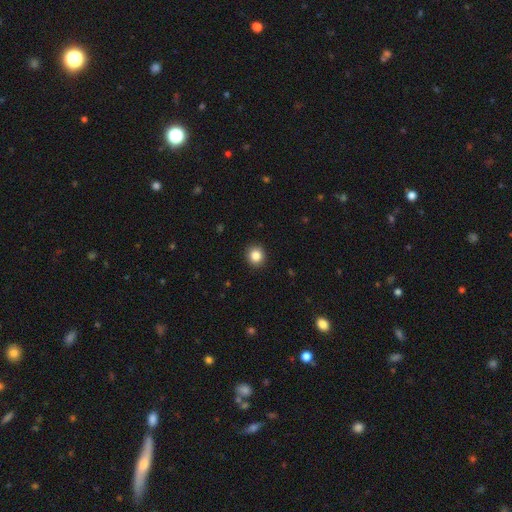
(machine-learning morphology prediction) This is clearly a smooth galaxy (86%). How rounded: clearly round (89%). Merging: clearly none (92%).